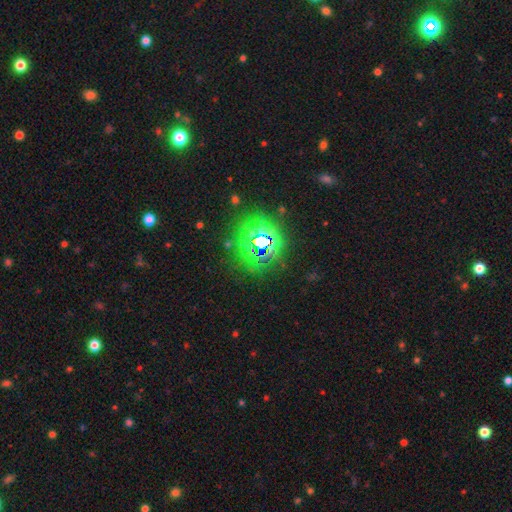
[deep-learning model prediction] A star or artifact, not a galaxy (61%).

Vote fractions:
- Smooth or featured? star or artifact: 61% / smooth: 33% / featured or disk: 6%